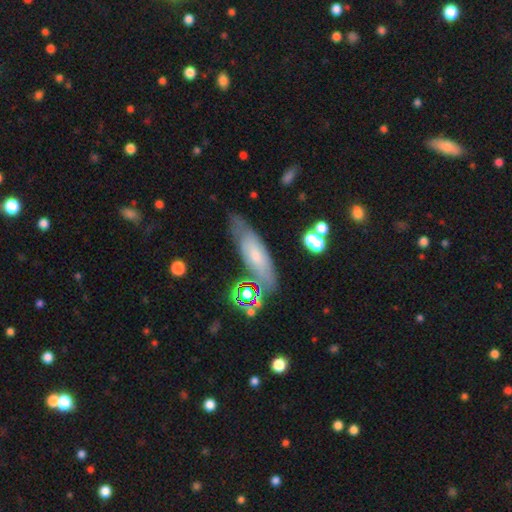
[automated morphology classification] The model was most divided on "how rounded": in between: 52%, cigar-shaped: 45%, round: 3%. More confident: merging — none (61%); smooth or featured — smooth (52%).